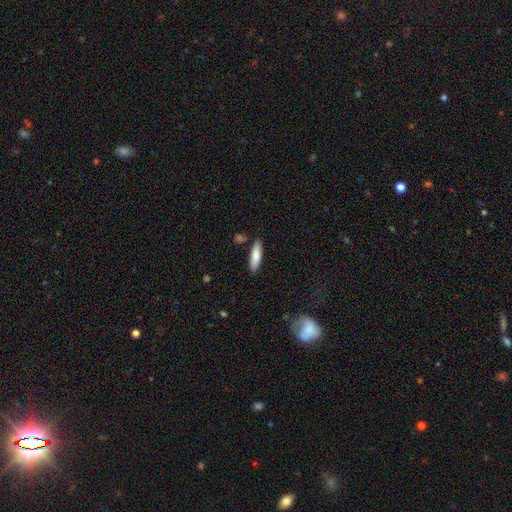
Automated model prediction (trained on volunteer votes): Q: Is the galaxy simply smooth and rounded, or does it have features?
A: smooth — 82%.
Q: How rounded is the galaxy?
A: cigar-shaped — 62%.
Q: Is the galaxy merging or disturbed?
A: none — 85%.